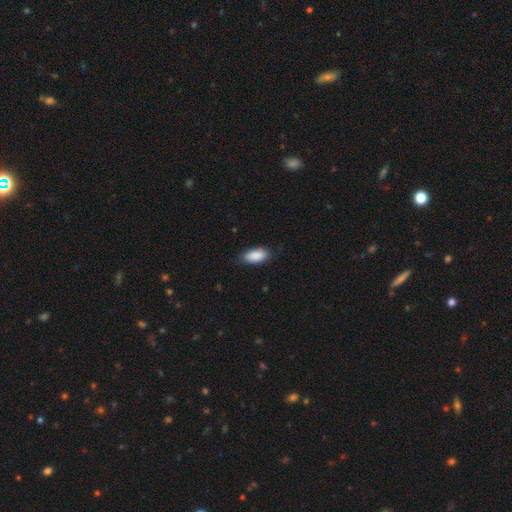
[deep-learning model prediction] Overall: smooth (90%). How rounded: in between (90%). Merging: none (80%).